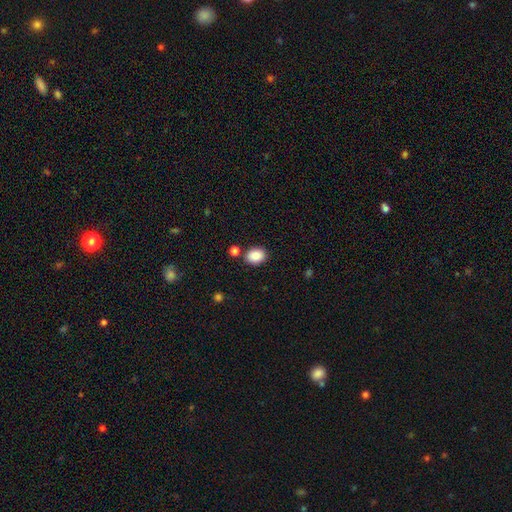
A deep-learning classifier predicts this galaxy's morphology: smooth 87%, star or artifact 8%, featured or disk 5%. Down the decision tree: how rounded — in between (64%); merging — none (81%).